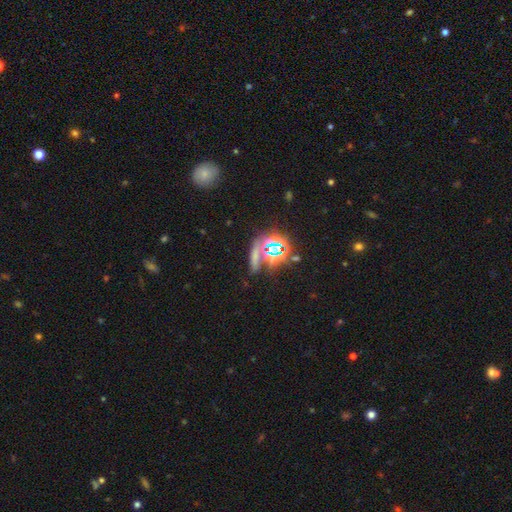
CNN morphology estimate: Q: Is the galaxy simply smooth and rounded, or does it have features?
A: star or artifact — 53%.